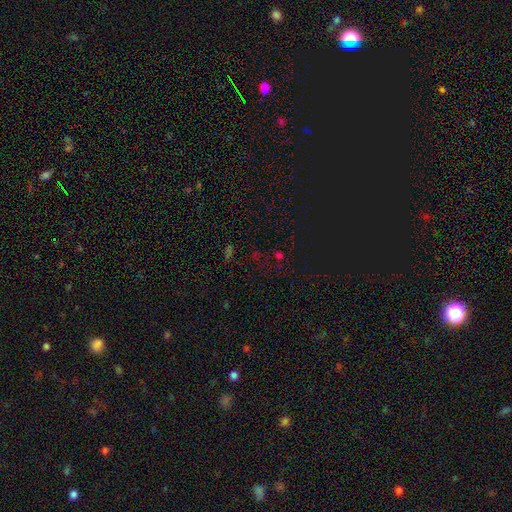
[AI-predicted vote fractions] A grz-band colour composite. It shows a star or artifact, not a galaxy (63%).